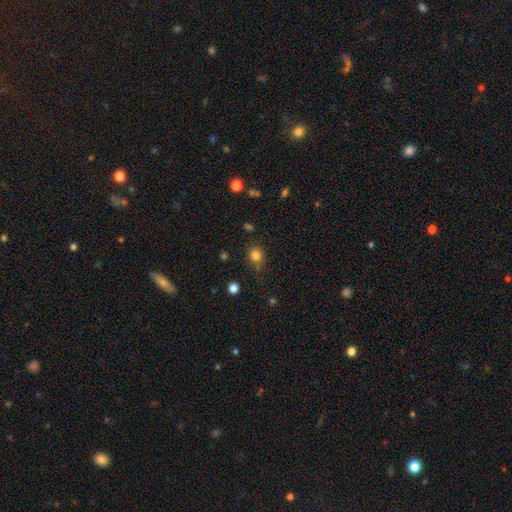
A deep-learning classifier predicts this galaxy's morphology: Smooth or featured? Predicted: smooth (p=0.81). How rounded? Predicted: round (p=0.78). Merging? Predicted: none (p=0.76).